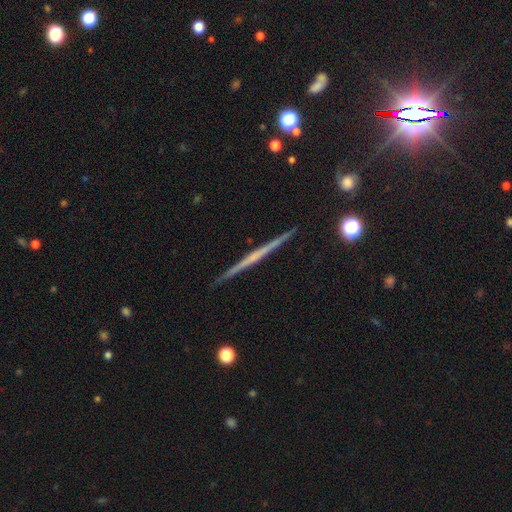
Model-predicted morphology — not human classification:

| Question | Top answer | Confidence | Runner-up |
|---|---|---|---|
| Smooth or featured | featured or disk | 70% | smooth (23%) |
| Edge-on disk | yes | 98% | no (2%) |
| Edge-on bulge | none | 76% | rounded (18%) |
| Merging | none | 93% | minor disturbance (5%) |